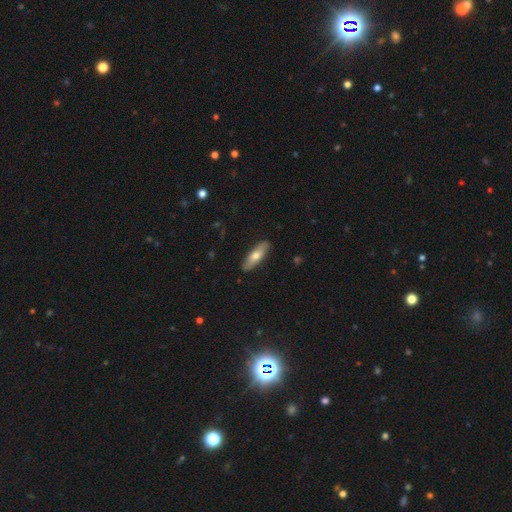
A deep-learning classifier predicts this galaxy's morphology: The model was most divided on "how rounded": in between: 55%, cigar-shaped: 43%, round: 2%. More confident: merging — none (86%); smooth or featured — smooth (62%).